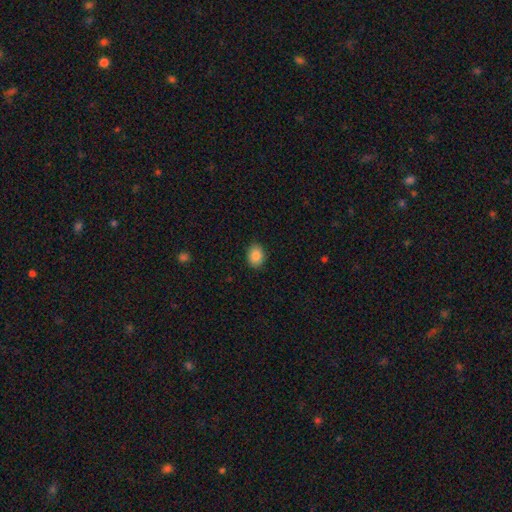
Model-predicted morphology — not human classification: Smooth or featured: smooth — 86% (star or artifact — 8%)
How rounded: in between — 64% (round — 35%)
Merging: none — 86% (minor disturbance — 11%)